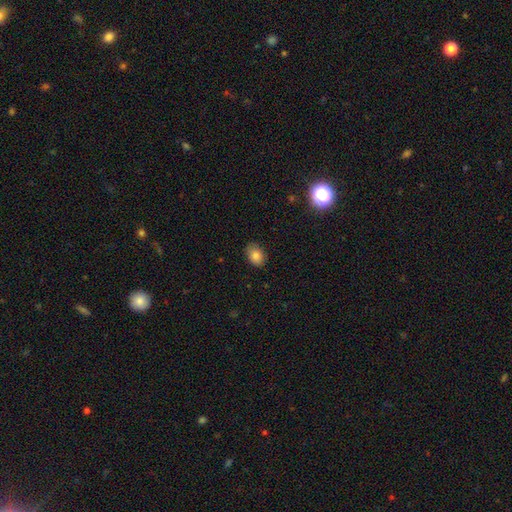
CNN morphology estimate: smooth-or-featured: smooth: 82% | star or artifact: 10% | featured or disk: 8%
  how-rounded: in between: 77% | round: 22% | cigar-shaped: 1%
  merging: none: 83% | minor disturbance: 14% | major disturbance: 2% | merger: 1%